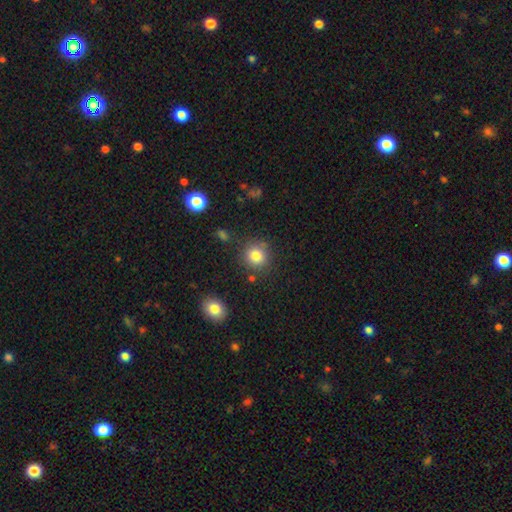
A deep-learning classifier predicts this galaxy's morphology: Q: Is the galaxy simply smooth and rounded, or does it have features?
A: smooth — 82%.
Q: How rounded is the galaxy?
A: round — 89%.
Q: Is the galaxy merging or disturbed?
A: none — 83%.